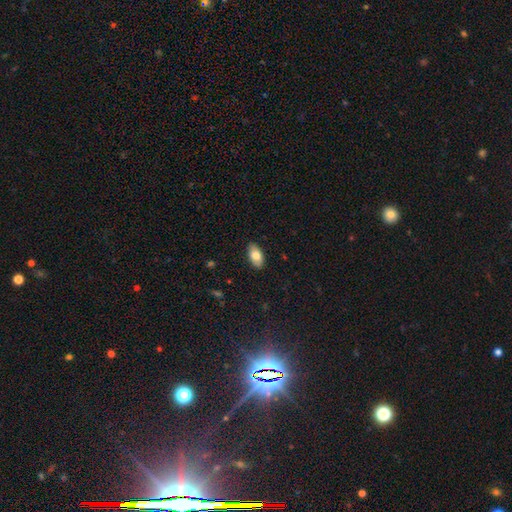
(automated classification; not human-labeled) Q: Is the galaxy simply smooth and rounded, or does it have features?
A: smooth — 79%.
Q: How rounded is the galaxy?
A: in between — 93%.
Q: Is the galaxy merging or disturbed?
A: none — 88%.